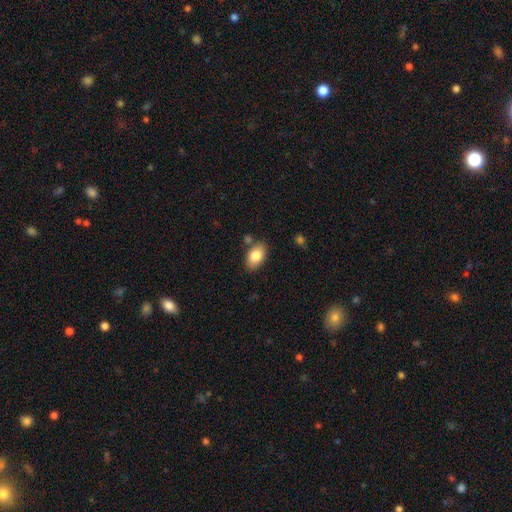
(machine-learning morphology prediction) A smooth galaxy with no disk features (83%) that is in between round and cigar-shaped (91%). Merging: none (79%).